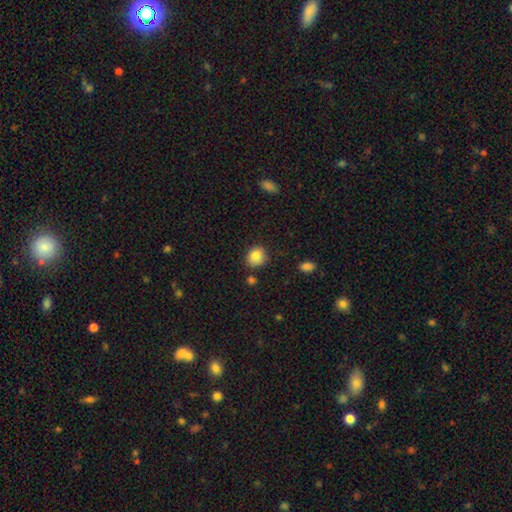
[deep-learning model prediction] Smooth or featured? smooth (84%)
How rounded? round (69%)
Merging? none (75%)